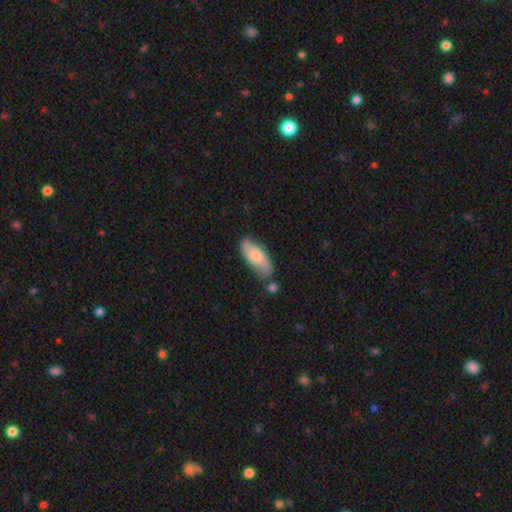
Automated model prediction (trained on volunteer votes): Smooth or featured?
  - smooth: 66% *
  - featured or disk: 28%
  - star or artifact: 6%
How rounded?
  - in between: 81% *
  - cigar-shaped: 17%
  - round: 2%
Merging?
  - none: 68% *
  - minor disturbance: 20%
  - merger: 8%
  - major disturbance: 4%